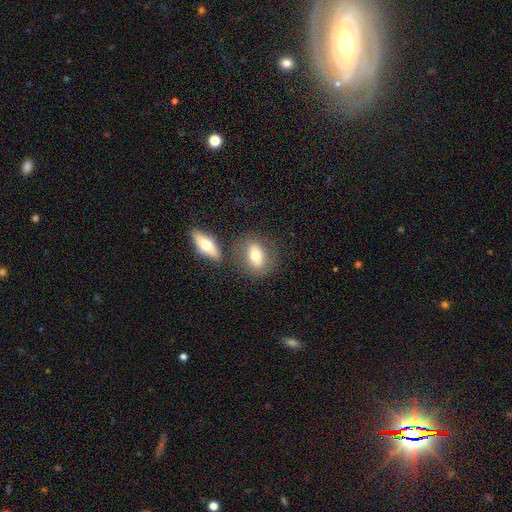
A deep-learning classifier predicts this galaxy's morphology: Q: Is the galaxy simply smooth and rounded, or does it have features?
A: smooth — 71%.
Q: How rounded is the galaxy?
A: in between — 76%.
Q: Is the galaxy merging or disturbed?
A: none — 65%.